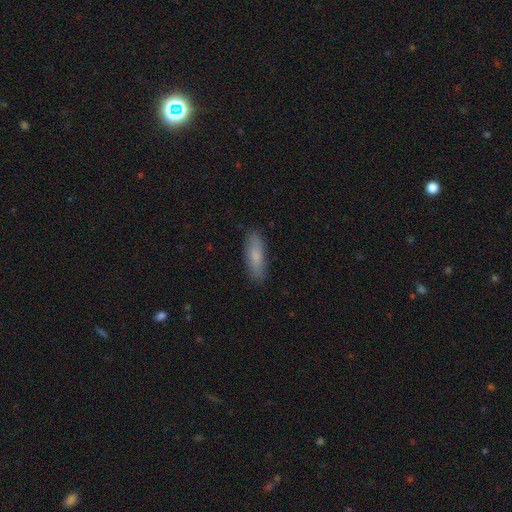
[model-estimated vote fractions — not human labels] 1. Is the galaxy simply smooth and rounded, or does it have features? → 78% smooth, 16% featured or disk, 6% star or artifact.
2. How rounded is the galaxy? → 52% in between, 46% cigar-shaped, 2% round.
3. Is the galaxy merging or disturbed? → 85% none, 11% minor disturbance, 2% major disturbance, 1% merger.